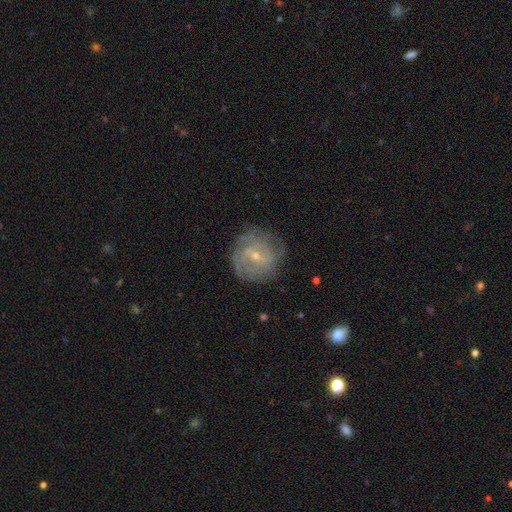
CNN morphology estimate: featured or disk 77%, smooth 16%, star or artifact 7%. Down the decision tree: edge-on disk — no (97%); bar — weak (51%); spiral arms — yes (89%); spiral arm count — can't tell (42%); spiral winding — tight (63%); bulge size — small (67%); merging — none (76%).